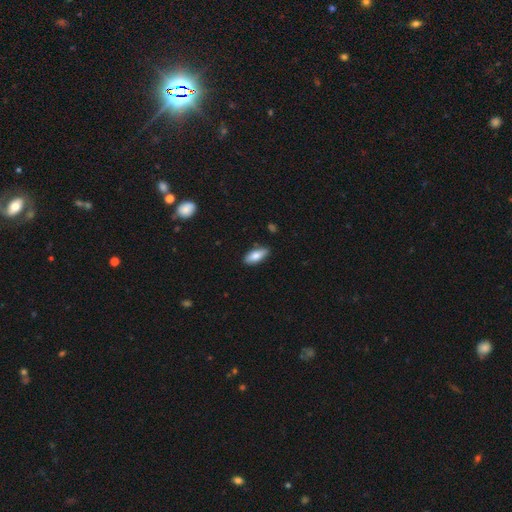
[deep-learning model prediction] This appears to be a smooth galaxy with no disk features (79%) that is in between round and cigar-shaped (78%). Merging: none (84%).